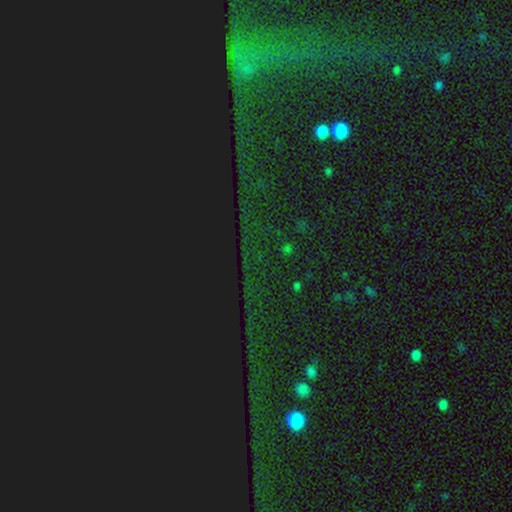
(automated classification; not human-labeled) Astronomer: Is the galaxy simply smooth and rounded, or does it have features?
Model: star or artifact — 83%.